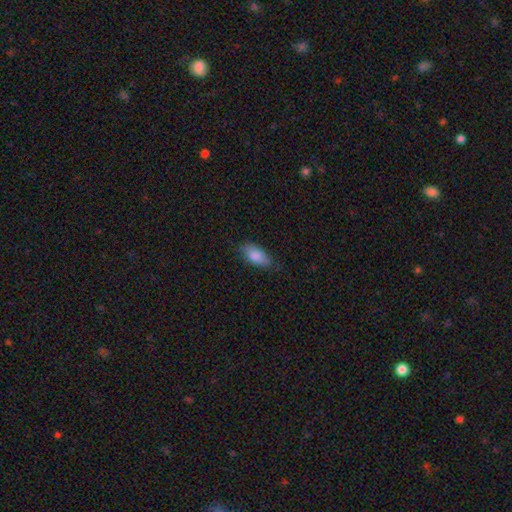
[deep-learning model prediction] A smooth galaxy with no disk features (85%) that is in between round and cigar-shaped (88%). Merging: none (73%).